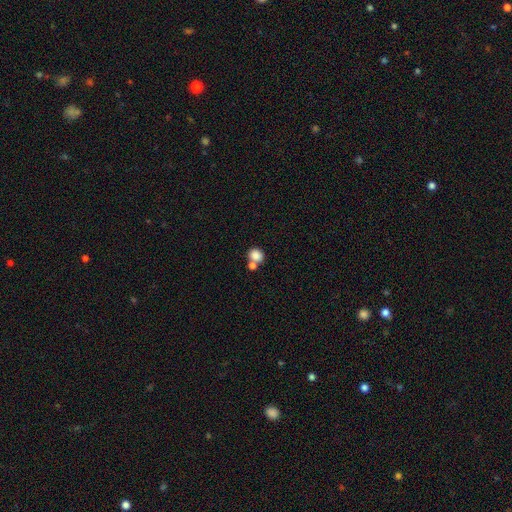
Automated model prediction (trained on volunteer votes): Smooth or featured? Predicted: smooth (p=0.85). How rounded? Predicted: round (p=0.66). Merging? Predicted: none (p=0.51).